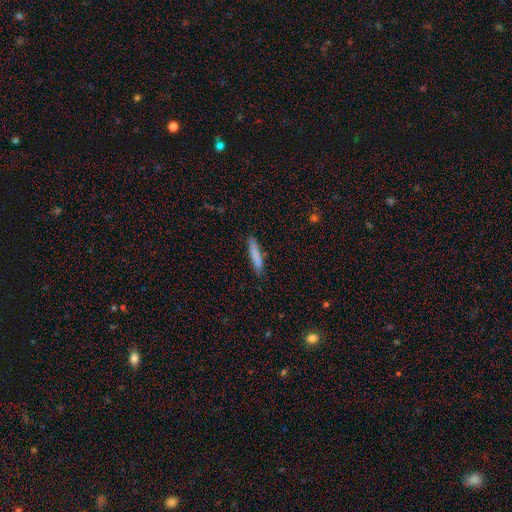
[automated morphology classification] Overall: smooth (80%). How rounded: cigar-shaped (90%). Merging: none (84%).